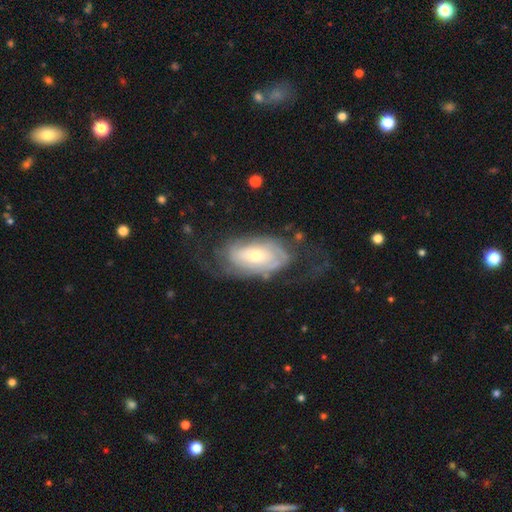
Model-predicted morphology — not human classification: Smooth or featured? featured or disk (74%)
Edge-on disk? no (93%)
Bar? no (69%)
Spiral arms? yes (84%)
Spiral winding? tight (62%)
Spiral arm count? can't tell (50%)
Bulge size? moderate (50%)
Merging? none (57%)